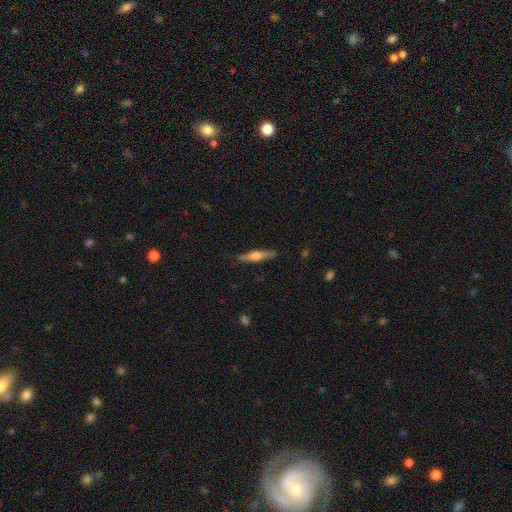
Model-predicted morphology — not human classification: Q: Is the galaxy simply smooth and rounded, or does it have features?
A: featured or disk — 60%.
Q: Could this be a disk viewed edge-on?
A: yes — 97%.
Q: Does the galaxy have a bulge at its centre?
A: rounded — 83%.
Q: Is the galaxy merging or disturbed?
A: none — 89%.